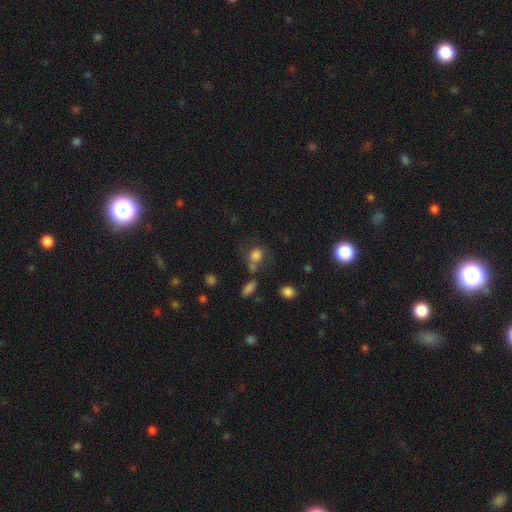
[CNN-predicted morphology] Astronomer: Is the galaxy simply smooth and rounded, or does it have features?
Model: smooth — 76%.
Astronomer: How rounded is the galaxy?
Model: round — 68%.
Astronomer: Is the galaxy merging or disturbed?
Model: none — 49%.